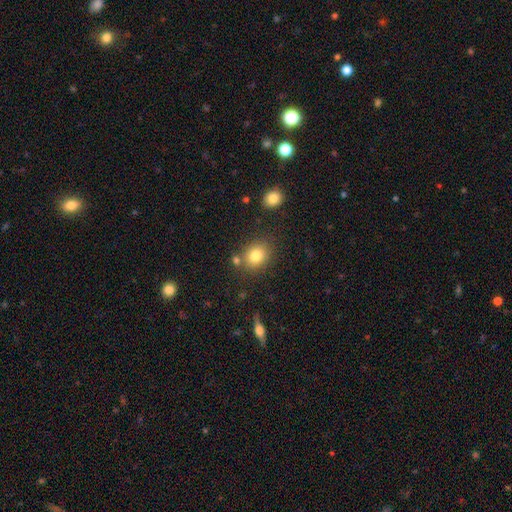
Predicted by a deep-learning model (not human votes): smooth 81%, star or artifact 11%, featured or disk 8%. Down the decision tree: how rounded — round (57%); merging — none (75%).